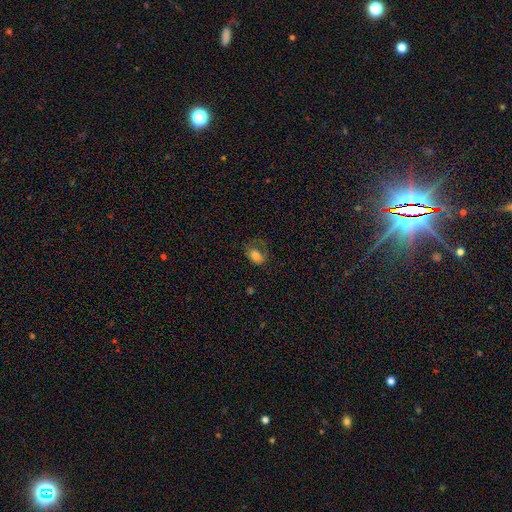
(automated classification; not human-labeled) Smooth or featured? Predicted: smooth (p=0.73). How rounded? Predicted: in between (p=0.72). Merging? Predicted: none (p=0.38).